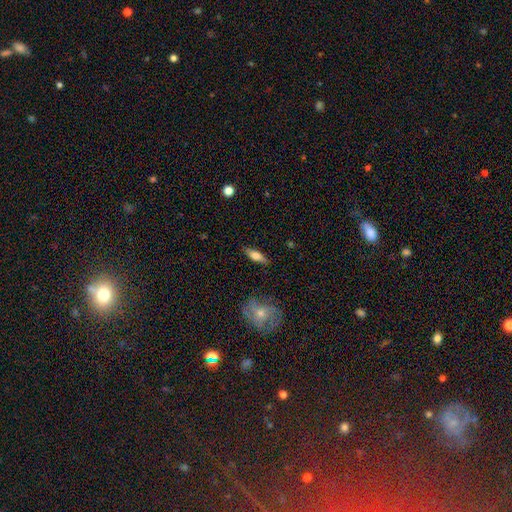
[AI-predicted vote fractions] This is likely a smooth galaxy (66%). How rounded: possibly in between (58%). Merging: clearly none (84%).